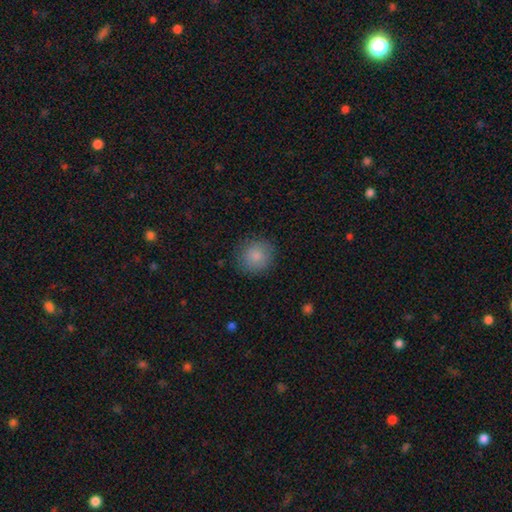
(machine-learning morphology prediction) smooth-or-featured: smooth: 84% | star or artifact: 9% | featured or disk: 7%
  how-rounded: round: 89% | in between: 10% | cigar-shaped: 1%
  merging: none: 85% | minor disturbance: 11% | major disturbance: 3% | merger: 1%